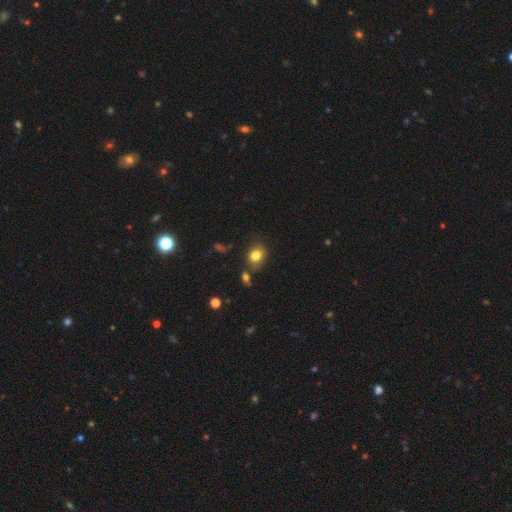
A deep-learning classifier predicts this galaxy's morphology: Smooth or featured?
  - smooth: 81% *
  - star or artifact: 10%
  - featured or disk: 8%
How rounded?
  - round: 50% *
  - in between: 49%
  - cigar-shaped: 1%
Merging?
  - none: 70% *
  - minor disturbance: 16%
  - merger: 9%
  - major disturbance: 5%